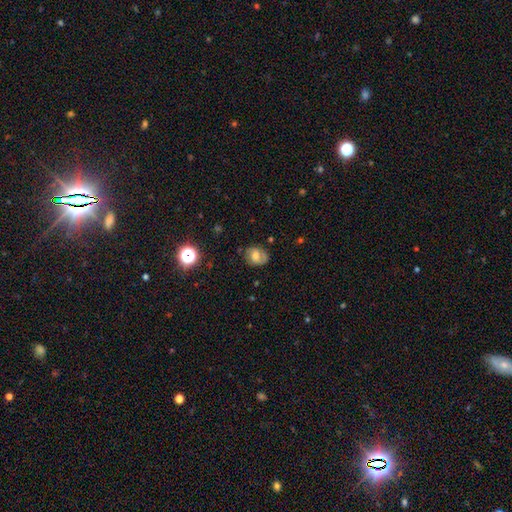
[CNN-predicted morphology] This is possibly a smooth galaxy (48%). Merging: likely none (70%).